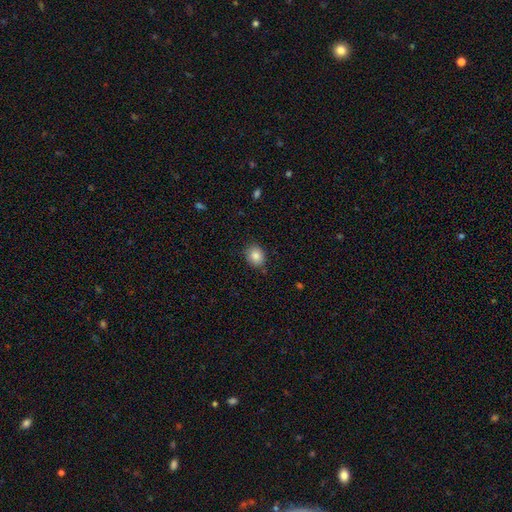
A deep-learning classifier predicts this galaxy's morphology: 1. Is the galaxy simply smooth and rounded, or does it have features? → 85% smooth, 9% star or artifact, 6% featured or disk.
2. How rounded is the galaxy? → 58% round, 41% in between, 1% cigar-shaped.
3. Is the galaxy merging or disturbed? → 84% none, 12% minor disturbance, 3% major disturbance, 2% merger.